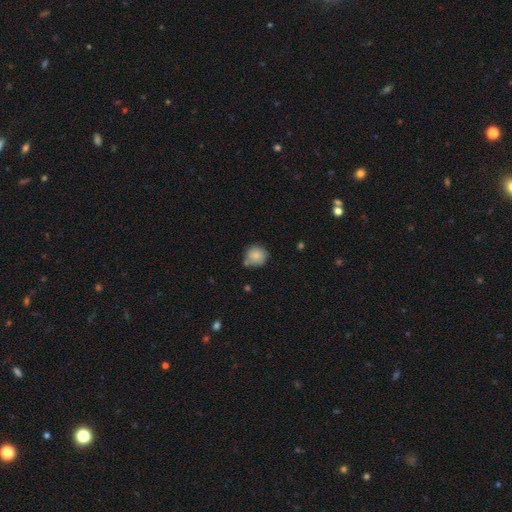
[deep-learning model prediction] This appears to be a smooth galaxy with no disk features (84%) that is round (87%). Merging: none (65%).